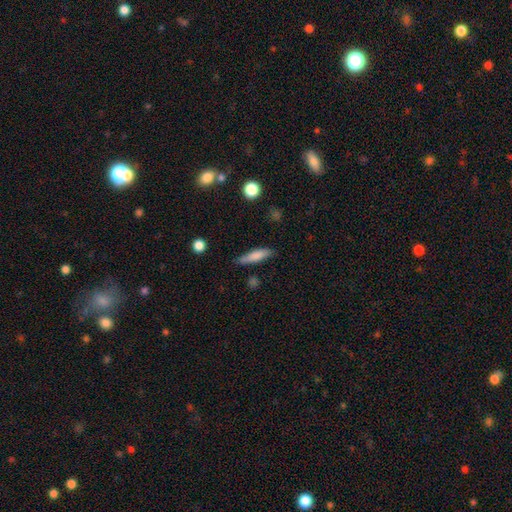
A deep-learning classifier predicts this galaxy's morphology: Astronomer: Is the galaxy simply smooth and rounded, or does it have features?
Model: smooth — 77%.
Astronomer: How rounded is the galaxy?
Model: cigar-shaped — 76%.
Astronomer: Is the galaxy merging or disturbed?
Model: none — 77%.